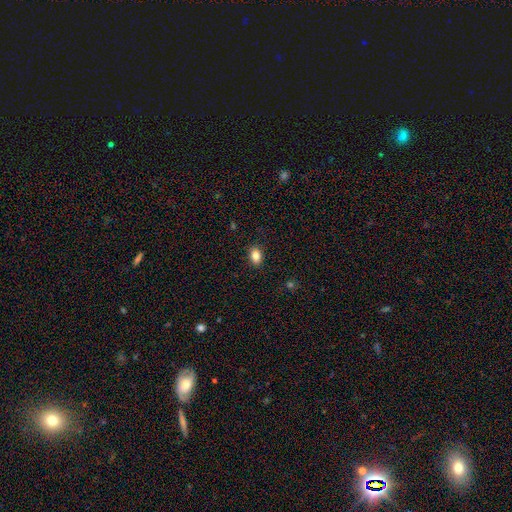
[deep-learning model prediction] A smooth galaxy with no disk features (85%) that is in between round and cigar-shaped (80%). Merging: none (88%).